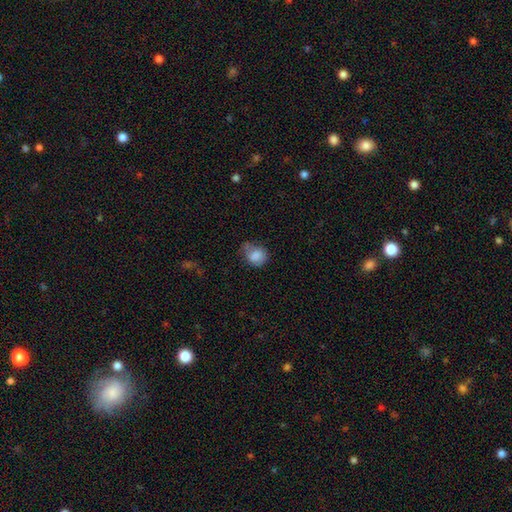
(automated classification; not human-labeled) Q: Smooth or featured?
A: smooth (82%); runner-up: featured or disk (10%)
Q: How rounded?
A: round (58%); runner-up: in between (41%)
Q: Merging?
A: none (45%); runner-up: minor disturbance (36%)